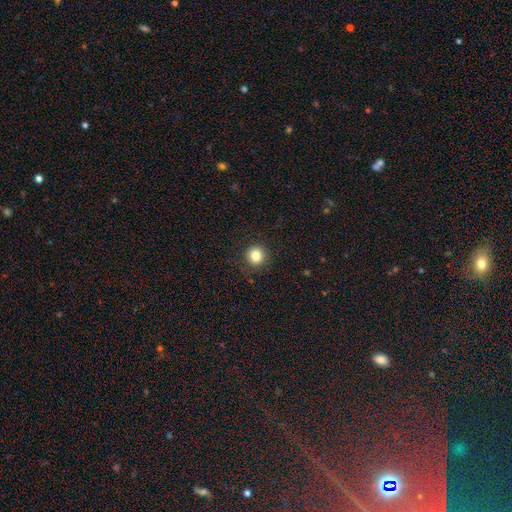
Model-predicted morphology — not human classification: Smooth or featured?
  - smooth: 84% *
  - star or artifact: 11%
  - featured or disk: 5%
How rounded?
  - round: 93% *
  - in between: 6%
  - cigar-shaped: 1%
Merging?
  - none: 90% *
  - minor disturbance: 6%
  - major disturbance: 2%
  - merger: 1%